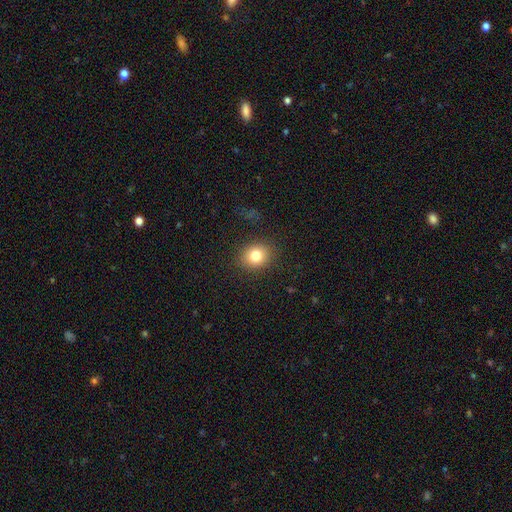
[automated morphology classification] The model was most divided on "how rounded": round: 63%, in between: 36%, cigar-shaped: 1%. More confident: merging — none (88%); smooth or featured — smooth (80%).